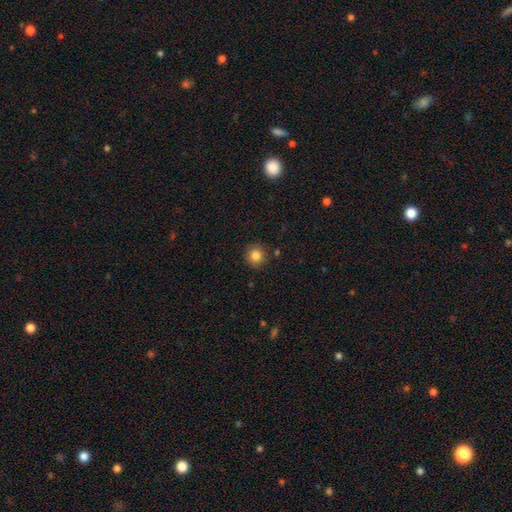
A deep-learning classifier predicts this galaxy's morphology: Smooth or featured: smooth — 83% (star or artifact — 11%)
How rounded: round — 92% (in between — 7%)
Merging: none — 88% (minor disturbance — 8%)